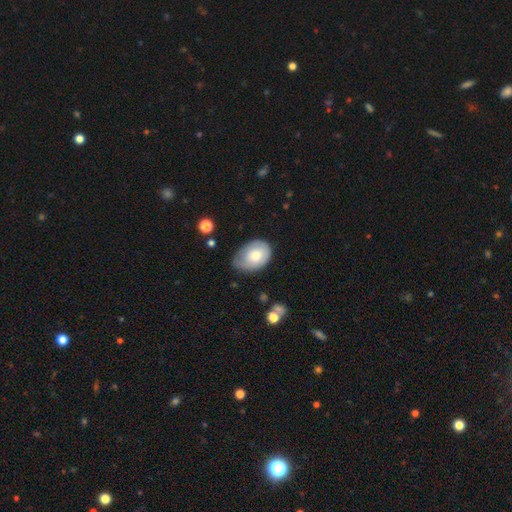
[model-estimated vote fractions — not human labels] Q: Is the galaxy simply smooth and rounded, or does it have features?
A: smooth — 72%.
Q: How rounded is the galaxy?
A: in between — 82%.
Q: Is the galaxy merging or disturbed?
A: none — 52%.